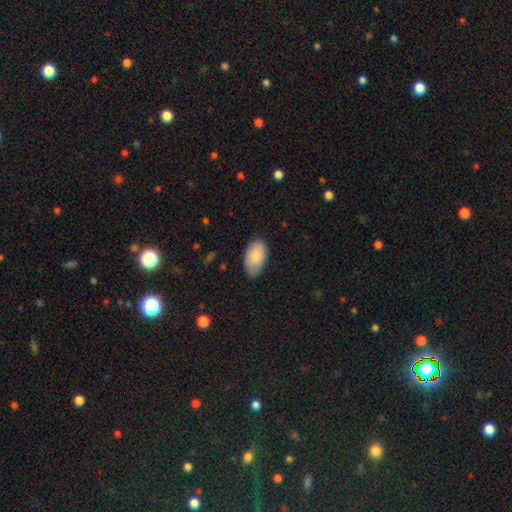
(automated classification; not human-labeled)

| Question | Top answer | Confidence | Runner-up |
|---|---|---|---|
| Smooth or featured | smooth | 83% | featured or disk (11%) |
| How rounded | in between | 95% | round (3%) |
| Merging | none | 73% | minor disturbance (23%) |